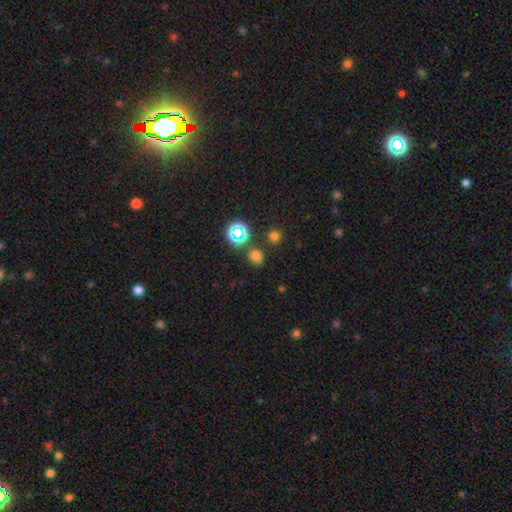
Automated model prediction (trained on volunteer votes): Smooth or featured? Predicted: smooth (p=0.68). How rounded? Predicted: round (p=0.78). Merging? Predicted: none (p=0.81).